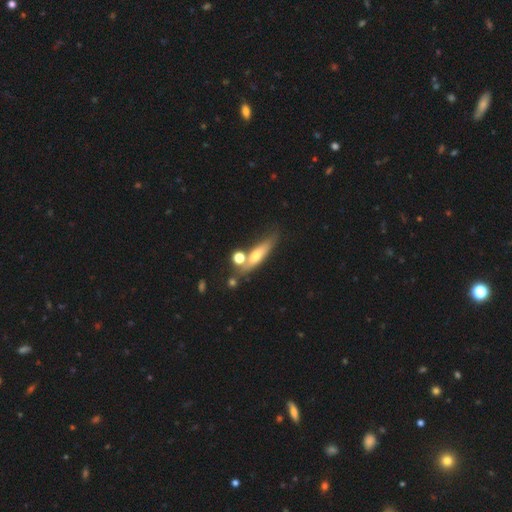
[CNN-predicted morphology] Q: Smooth or featured?
A: smooth (49%); runner-up: featured or disk (41%)
Q: Merging?
A: none (59%); runner-up: minor disturbance (18%)